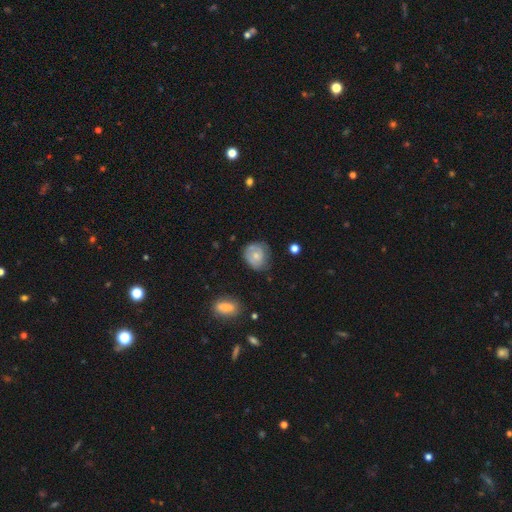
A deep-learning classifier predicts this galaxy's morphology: smooth 52%, featured or disk 40%, star or artifact 8%. Down the decision tree: how rounded — round (70%); merging — none (61%).